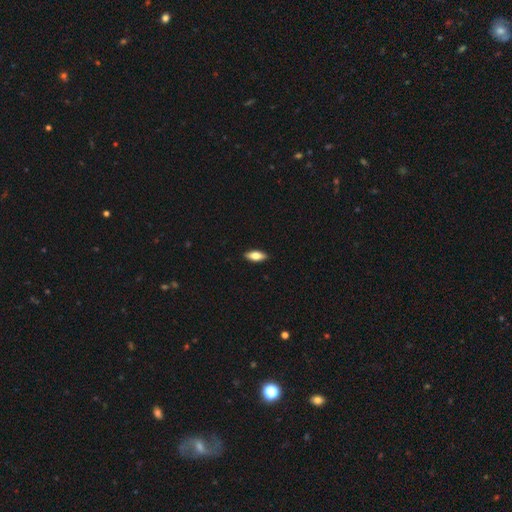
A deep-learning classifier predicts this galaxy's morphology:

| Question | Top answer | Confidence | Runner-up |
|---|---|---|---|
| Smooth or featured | smooth | 72% | featured or disk (21%) |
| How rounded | in between | 79% | cigar-shaped (19%) |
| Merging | none | 90% | minor disturbance (8%) |